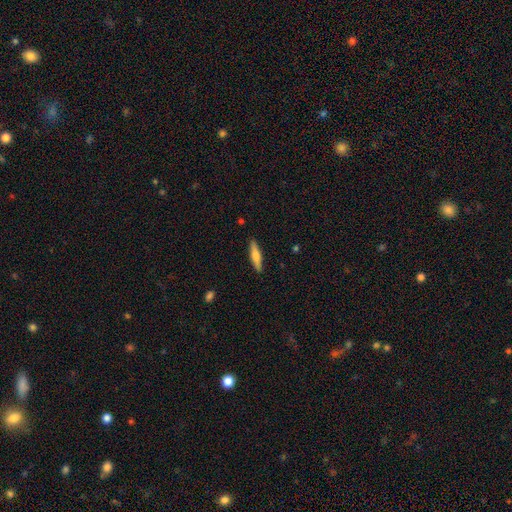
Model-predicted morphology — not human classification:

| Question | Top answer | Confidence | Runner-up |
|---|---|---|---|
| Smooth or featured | smooth | 58% | featured or disk (36%) |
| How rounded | cigar-shaped | 79% | in between (19%) |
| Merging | none | 90% | minor disturbance (7%) |